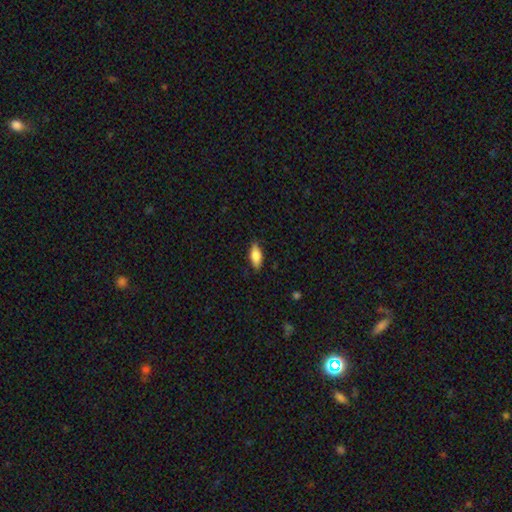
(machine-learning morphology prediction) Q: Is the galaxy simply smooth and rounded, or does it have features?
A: smooth — 74%.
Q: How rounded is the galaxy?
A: in between — 78%.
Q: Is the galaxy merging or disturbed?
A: none — 84%.